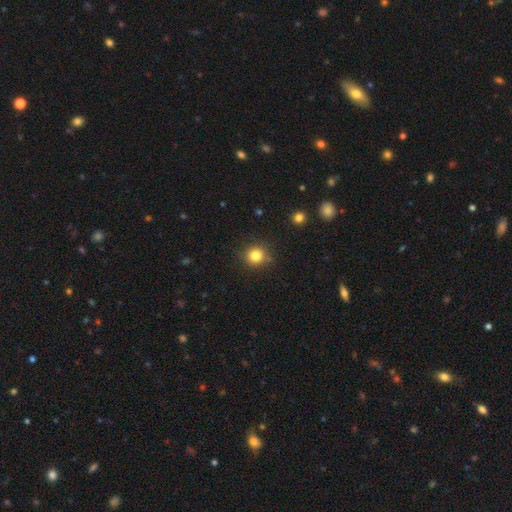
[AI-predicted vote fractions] A smooth galaxy with no disk features (82%) that is round (92%).

Vote fractions:
- Smooth or featured? smooth: 82% / star or artifact: 12% / featured or disk: 6%
- How rounded? round: 92% / in between: 8% / cigar-shaped: 1%
- Merging? none: 85% / minor disturbance: 10% / major disturbance: 3% / merger: 2%